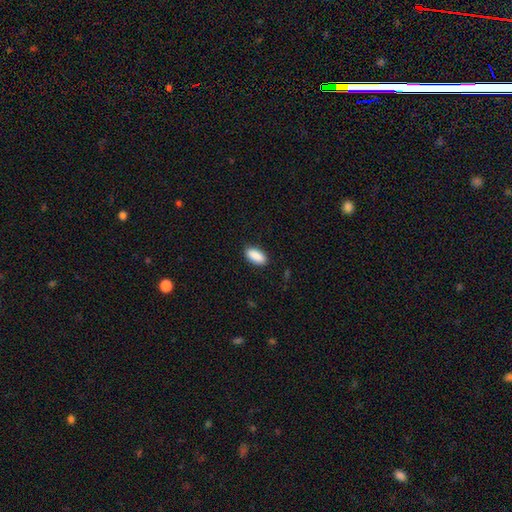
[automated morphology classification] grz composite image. It shows a smooth galaxy with no disk features (91%) that is in between round and cigar-shaped (91%). Merging: none (89%).